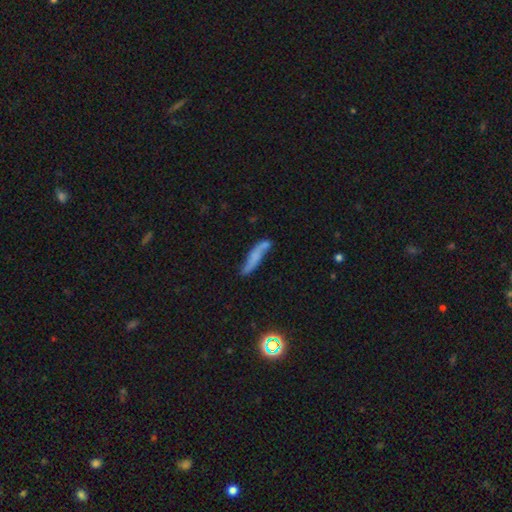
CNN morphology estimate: Smooth or featured: smooth — 49% (featured or disk — 41%)
Merging: none — 55% (minor disturbance — 25%)